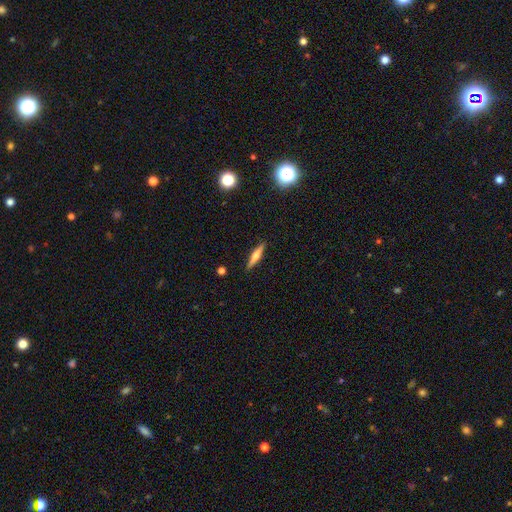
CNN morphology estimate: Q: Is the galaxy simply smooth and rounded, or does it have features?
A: featured or disk — 47%.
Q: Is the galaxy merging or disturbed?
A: none — 89%.